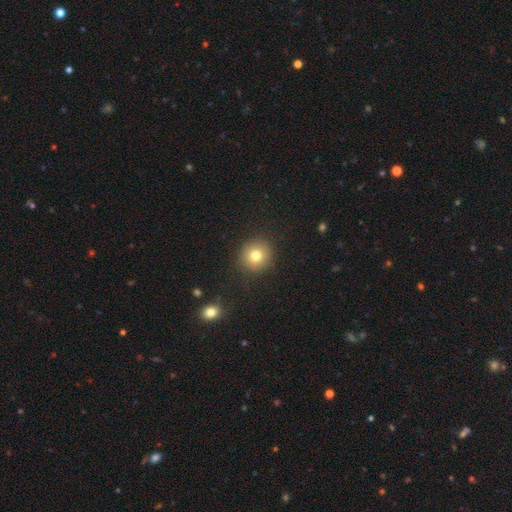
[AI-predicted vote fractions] smooth-or-featured: smooth: 78% | star or artifact: 12% | featured or disk: 10%
  how-rounded: round: 90% | in between: 9% | cigar-shaped: 1%
  merging: none: 89% | minor disturbance: 7% | major disturbance: 3% | merger: 1%